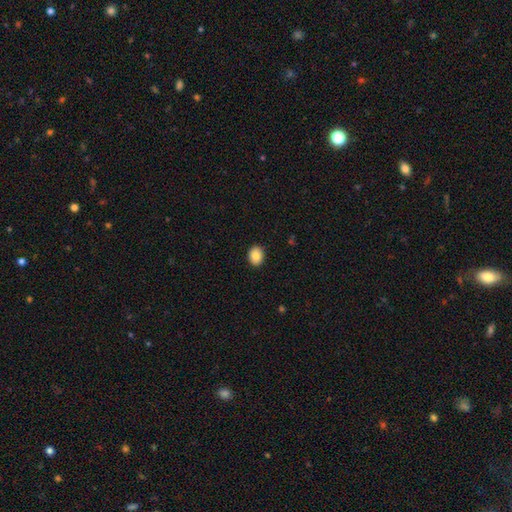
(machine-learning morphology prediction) A smooth galaxy with no disk features (88%) that is in between round and cigar-shaped (56%). Merging: none (89%).